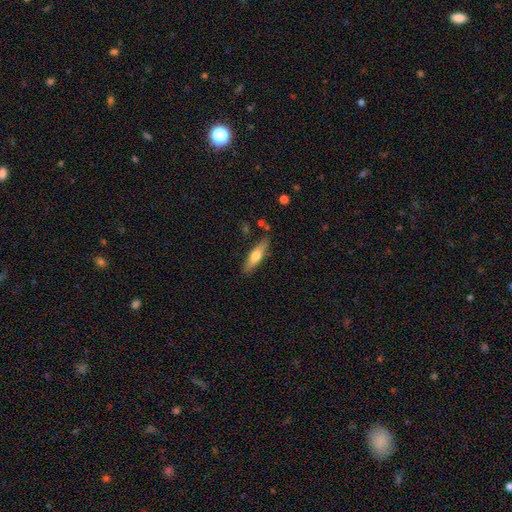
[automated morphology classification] A smooth galaxy with no disk features (57%) that is cigar-shaped (67%).

Vote fractions:
- Smooth or featured? smooth: 57% / featured or disk: 37% / star or artifact: 6%
- How rounded? cigar-shaped: 67% / in between: 31% / round: 2%
- Merging? none: 84% / minor disturbance: 11% / merger: 3% / major disturbance: 2%